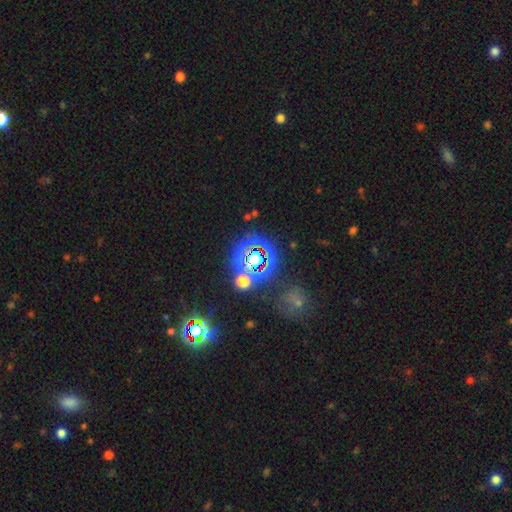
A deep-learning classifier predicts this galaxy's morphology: Q: Smooth or featured?
A: star or artifact (73%); runner-up: smooth (16%)